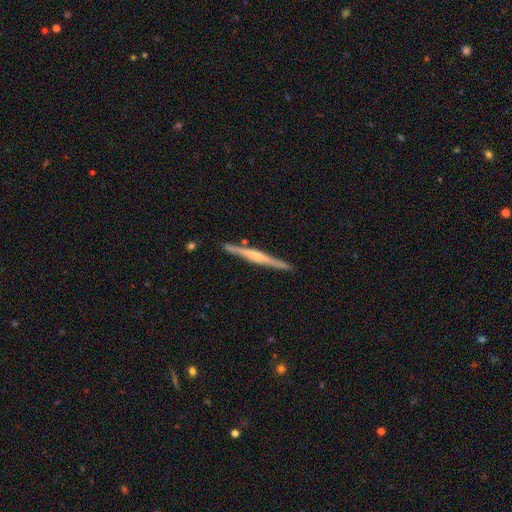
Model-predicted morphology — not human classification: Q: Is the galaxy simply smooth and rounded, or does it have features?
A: featured or disk — 66%.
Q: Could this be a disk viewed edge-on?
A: yes — 98%.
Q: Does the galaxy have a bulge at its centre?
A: rounded — 42%.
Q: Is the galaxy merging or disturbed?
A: none — 89%.